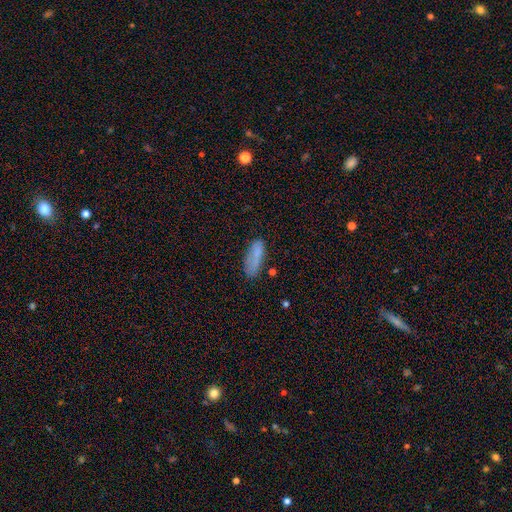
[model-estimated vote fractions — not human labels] Morphology: type=smooth (77%); roundness=in between (57%); merging=none (62%).